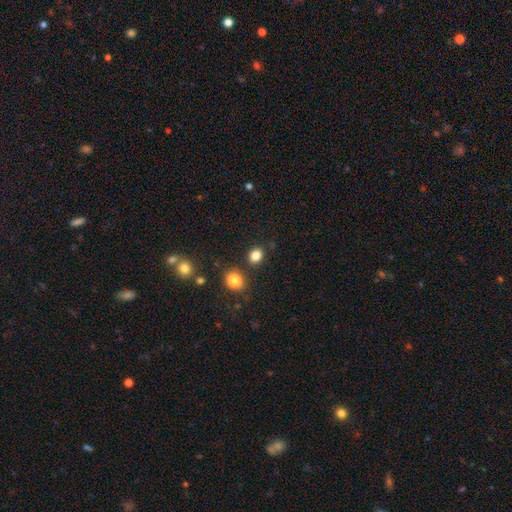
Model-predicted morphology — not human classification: This is clearly a smooth galaxy (84%). How rounded: likely round (63%). Merging: clearly none (81%).